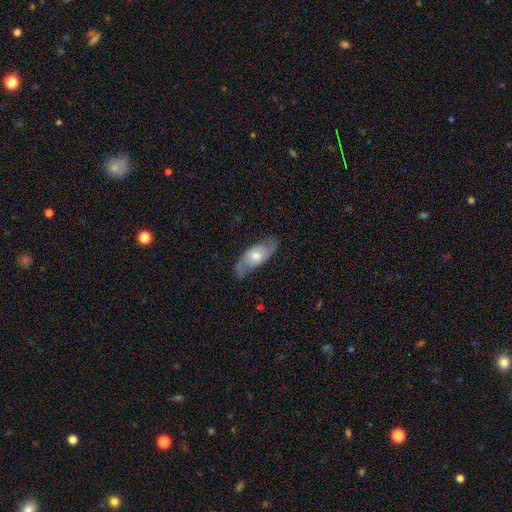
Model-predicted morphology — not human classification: smooth_or_featured: featured or disk (p=0.52) [alt: smooth p=0.41]
disk_edge_on: no (p=0.82) [alt: yes p=0.18]
merging: none (p=0.75) [alt: minor disturbance p=0.19]